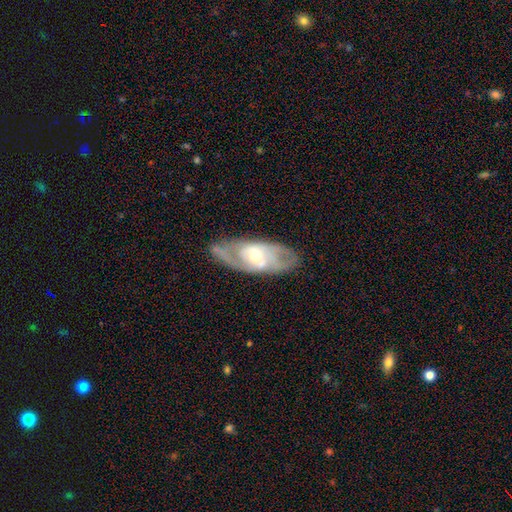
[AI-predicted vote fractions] A featured or disk galaxy (76%) with no bar (56%), 2 (57%) tight (44%) spiral arms (74%) and a moderate central bulge (52%). Merging: none (73%).